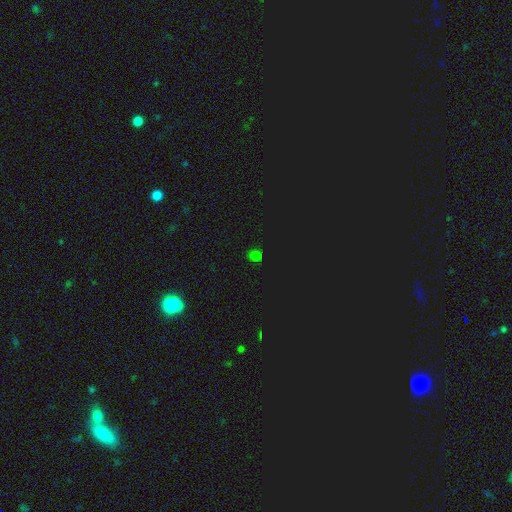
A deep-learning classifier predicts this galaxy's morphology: Smooth or featured?
  - smooth: 57% *
  - star or artifact: 38%
  - featured or disk: 4%
How rounded?
  - round: 80% *
  - in between: 19%
  - cigar-shaped: 1%
Merging?
  - none: 85% *
  - minor disturbance: 10%
  - major disturbance: 3%
  - merger: 2%